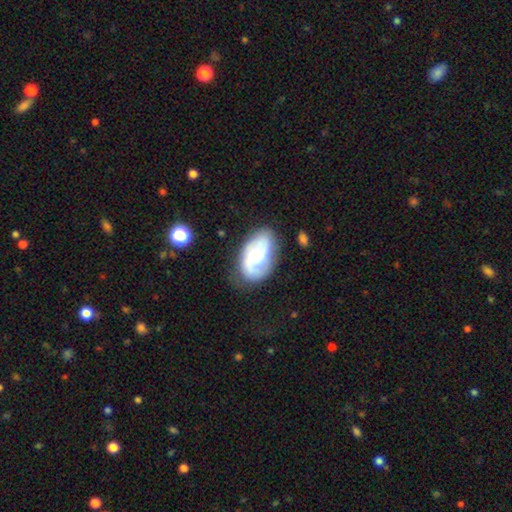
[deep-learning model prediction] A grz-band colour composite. It shows a featured or disk galaxy (64%) with no bar (63%), 2 (66%) medium (44%) spiral arms (88%) and a moderate central bulge (43%). Merging: none (66%).